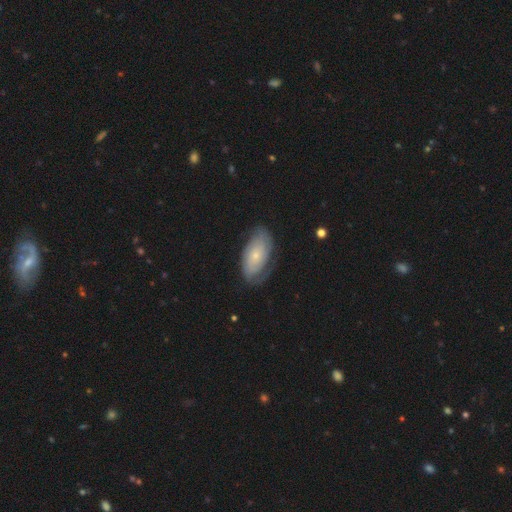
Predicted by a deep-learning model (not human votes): Overall: featured or disk (55%; smooth 39%). Edge-on disk: no (93%). Bar: no (84%). Spiral arms: yes (74%). Bulge size: small (79%). Merging: none (66%).